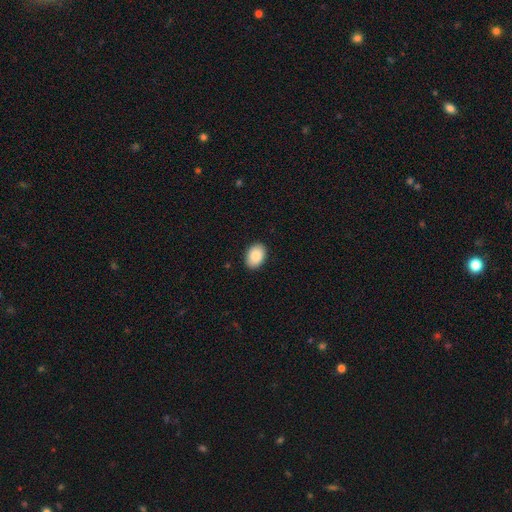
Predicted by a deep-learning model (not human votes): Q: Smooth or featured?
A: smooth (88%); runner-up: star or artifact (7%)
Q: How rounded?
A: in between (82%); runner-up: round (17%)
Q: Merging?
A: none (90%); runner-up: minor disturbance (7%)